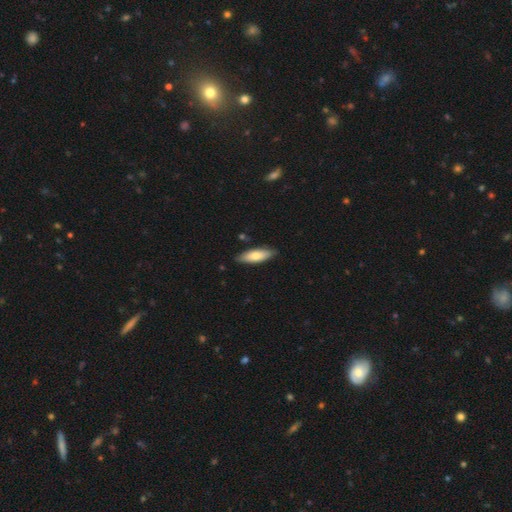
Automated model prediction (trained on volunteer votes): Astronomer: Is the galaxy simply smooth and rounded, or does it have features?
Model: smooth — 71%.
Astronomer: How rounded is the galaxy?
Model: in between — 55% (runner-up: cigar-shaped, 43%).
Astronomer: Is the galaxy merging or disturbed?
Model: none — 85%.